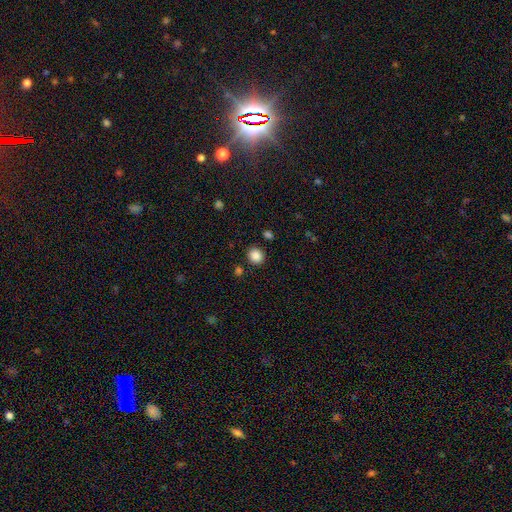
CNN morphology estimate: Smooth or featured?
  - smooth: 86% *
  - star or artifact: 10%
  - featured or disk: 3%
How rounded?
  - round: 83% *
  - in between: 16%
  - cigar-shaped: 1%
Merging?
  - none: 88% *
  - minor disturbance: 7%
  - merger: 3%
  - major disturbance: 2%